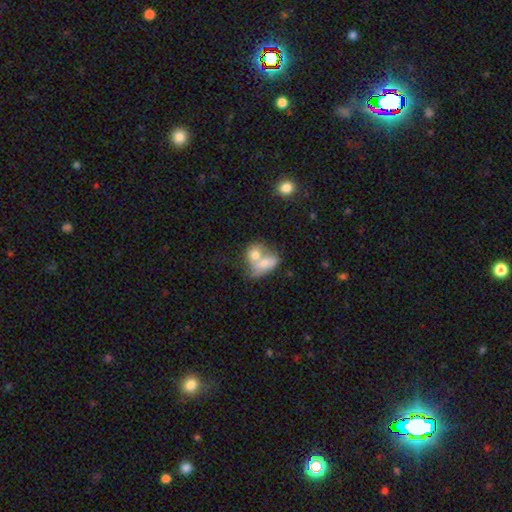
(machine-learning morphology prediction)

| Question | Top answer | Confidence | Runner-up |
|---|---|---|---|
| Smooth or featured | smooth | 67% | featured or disk (26%) |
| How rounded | in between | 58% | round (40%) |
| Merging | merger | 75% | none (14%) |